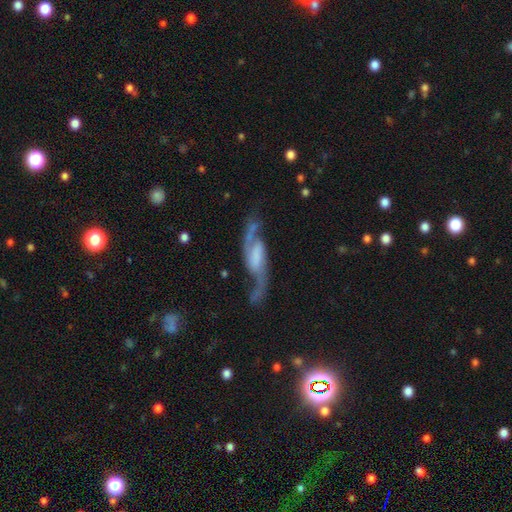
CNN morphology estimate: Smooth or featured? featured or disk (88%)
Edge-on disk? no (91%)
Bar? weak (41%)
Spiral arms? yes (97%)
Spiral winding? loose (69%)
Spiral arm count? 2 (93%)
Bulge size? none (42%)
Merging? none (67%)